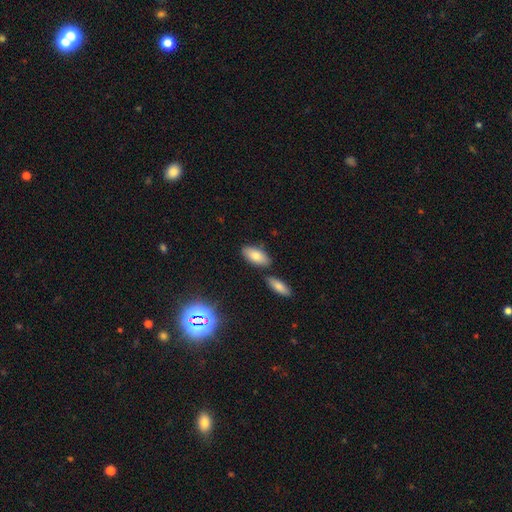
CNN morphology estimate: Q: Smooth or featured?
A: smooth (78%); runner-up: featured or disk (13%)
Q: How rounded?
A: in between (89%); runner-up: cigar-shaped (8%)
Q: Merging?
A: none (75%); runner-up: minor disturbance (12%)